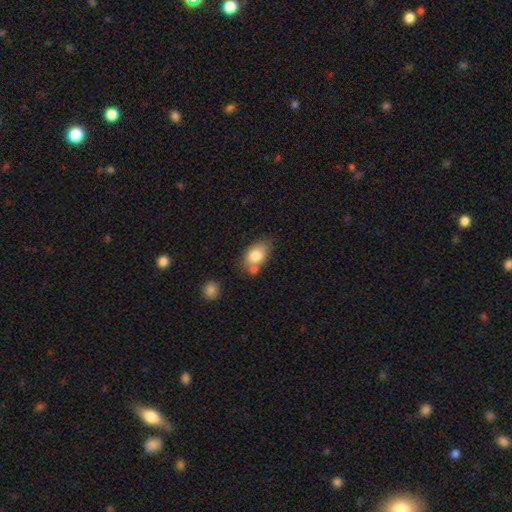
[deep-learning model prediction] Morphology: type=smooth (81%); roundness=in between (86%); merging=none (57%).